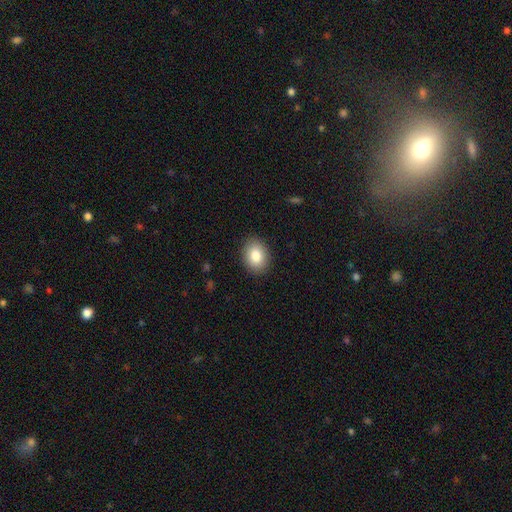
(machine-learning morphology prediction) smooth 83%, featured or disk 9%, star or artifact 8%. Down the decision tree: how rounded — in between (70%); merging — none (89%).